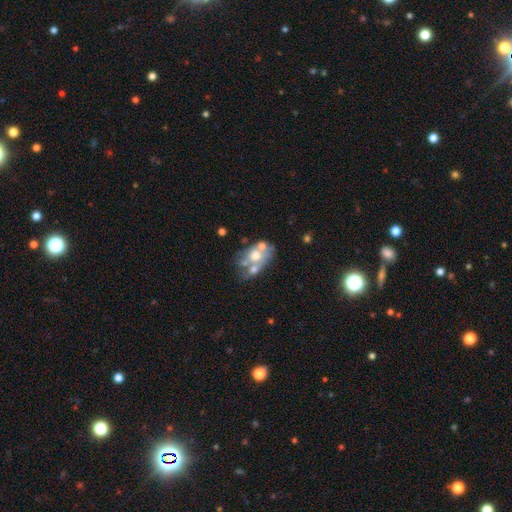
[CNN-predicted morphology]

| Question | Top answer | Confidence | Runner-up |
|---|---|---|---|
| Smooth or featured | featured or disk | 54% | smooth (36%) |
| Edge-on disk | no | 96% | yes (4%) |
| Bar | no | 90% | weak (7%) |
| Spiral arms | no | 89% | yes (11%) |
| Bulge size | moderate | 63% | large (15%) |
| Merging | merger | 41% | none (28%) |